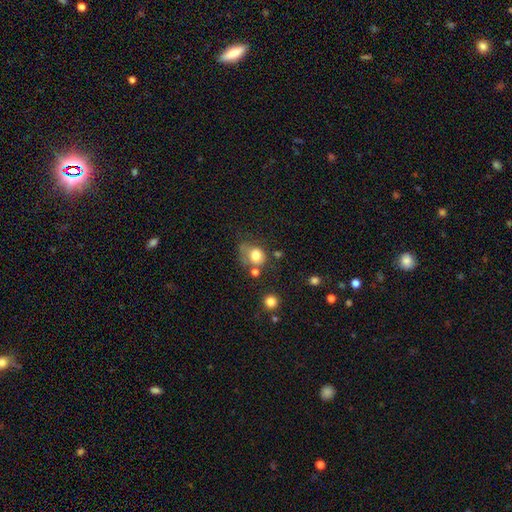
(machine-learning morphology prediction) This appears to be a smooth galaxy with no disk features (76%) that is round (63%). Merging: none (39%).